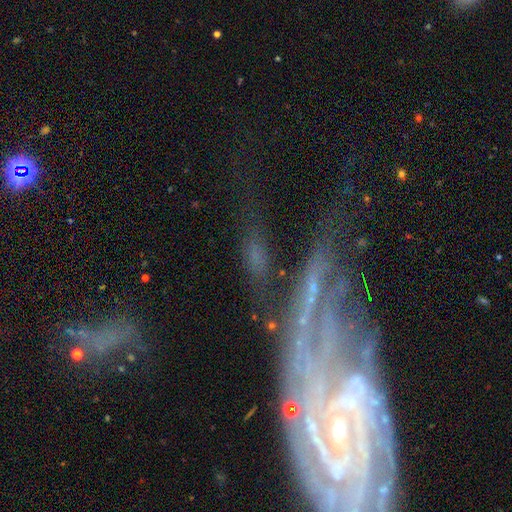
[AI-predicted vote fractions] This is possibly a featured or disk galaxy (56%). It is likely not viewed edge-on (77%). Merging: possibly none (57%).